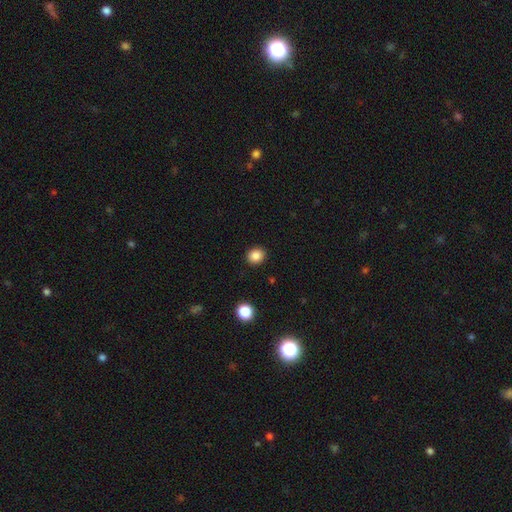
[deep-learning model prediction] Smooth or featured? Predicted: smooth (p=0.86). How rounded? Predicted: round (p=0.75). Merging? Predicted: none (p=0.91).